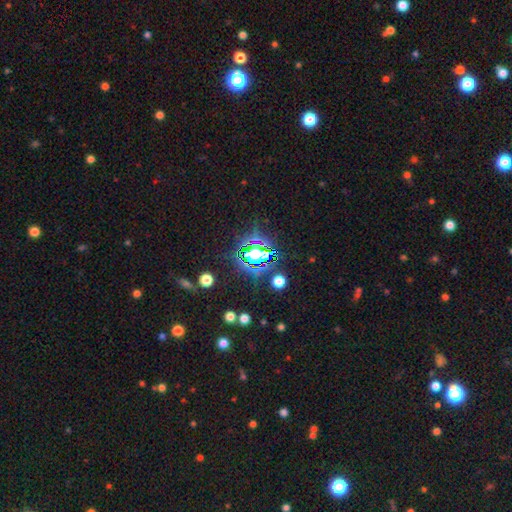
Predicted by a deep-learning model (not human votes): Q: Smooth or featured?
A: star or artifact (67%); runner-up: smooth (21%)